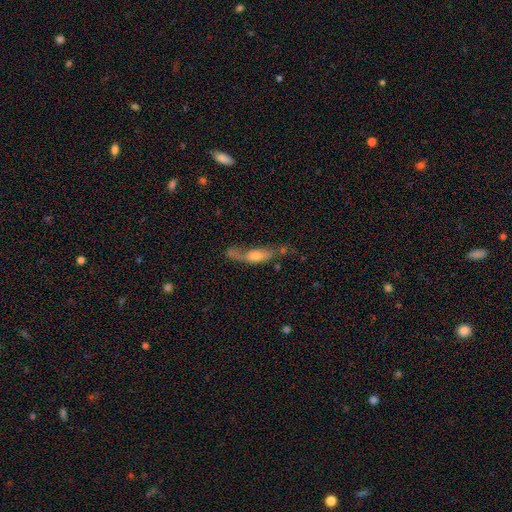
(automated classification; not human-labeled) Morphology: type=featured or disk (48%); merging=none (35%).